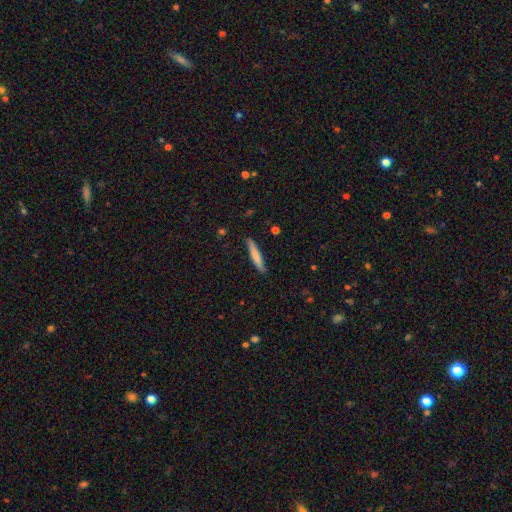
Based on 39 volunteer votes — Smooth or featured? smooth (72%)
How rounded? cigar-shaped (100%)
Merging? none (86%)